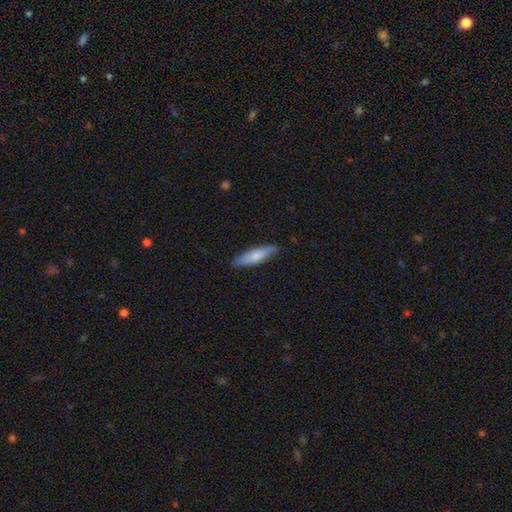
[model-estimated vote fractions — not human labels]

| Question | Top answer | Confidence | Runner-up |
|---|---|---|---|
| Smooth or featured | smooth | 70% | featured or disk (24%) |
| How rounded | cigar-shaped | 66% | in between (32%) |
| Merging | none | 84% | minor disturbance (13%) |